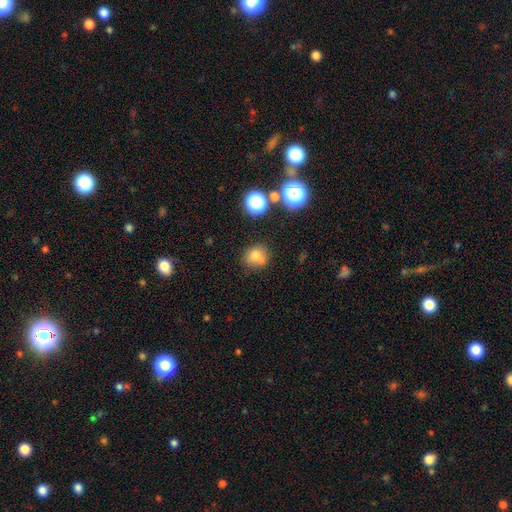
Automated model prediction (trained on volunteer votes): Smooth or featured?
  - smooth: 73% *
  - star or artifact: 15%
  - featured or disk: 12%
How rounded?
  - round: 74% *
  - in between: 25%
  - cigar-shaped: 1%
Merging?
  - none: 61% *
  - merger: 17%
  - minor disturbance: 16%
  - major disturbance: 5%